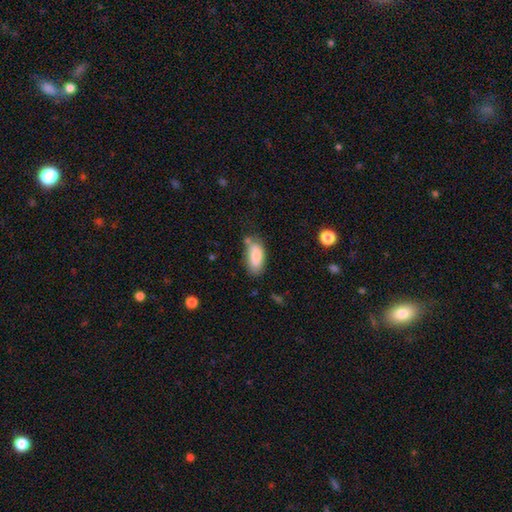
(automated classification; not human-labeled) Overall: smooth (85%). How rounded: in between (89%). Merging: none (60%; minor disturbance 24%).